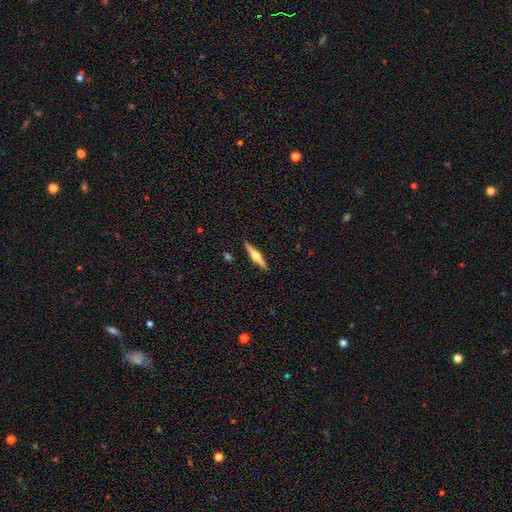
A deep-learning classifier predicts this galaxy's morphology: Overall: featured or disk (68%). Edge-on disk: yes (98%). Edge-on bulge: rounded (94%). Merging: none (91%).